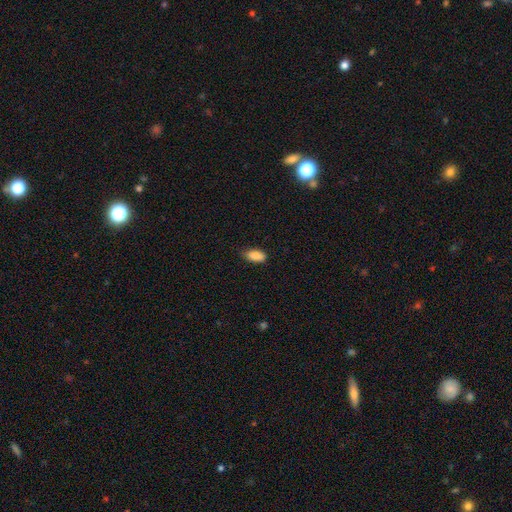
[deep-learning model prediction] Smooth or featured?
  - smooth: 87% *
  - star or artifact: 7%
  - featured or disk: 5%
How rounded?
  - in between: 91% *
  - cigar-shaped: 5%
  - round: 4%
Merging?
  - none: 75% *
  - minor disturbance: 21%
  - major disturbance: 3%
  - merger: 1%